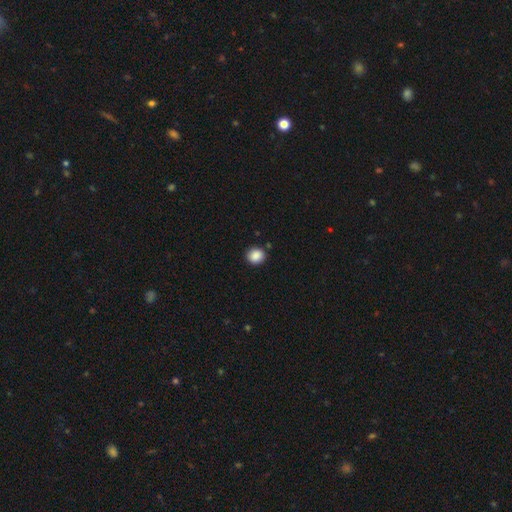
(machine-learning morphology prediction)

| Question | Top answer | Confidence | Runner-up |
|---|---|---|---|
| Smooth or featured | smooth | 88% | star or artifact (9%) |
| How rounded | round | 79% | in between (20%) |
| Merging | none | 87% | minor disturbance (9%) |